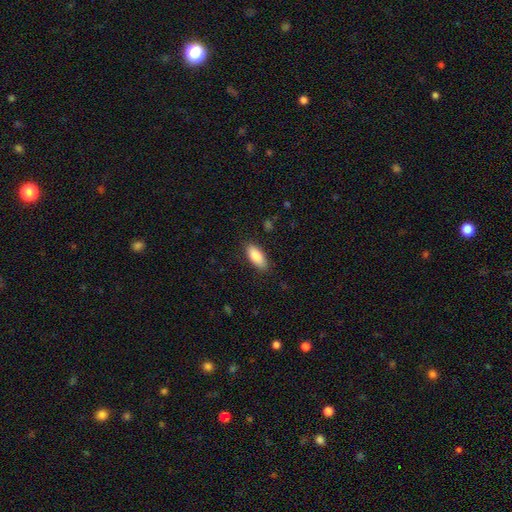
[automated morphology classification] Smooth or featured?
  - smooth: 85% *
  - featured or disk: 9%
  - star or artifact: 6%
How rounded?
  - in between: 82% *
  - cigar-shaped: 16%
  - round: 2%
Merging?
  - none: 86% *
  - minor disturbance: 11%
  - major disturbance: 3%
  - merger: 1%